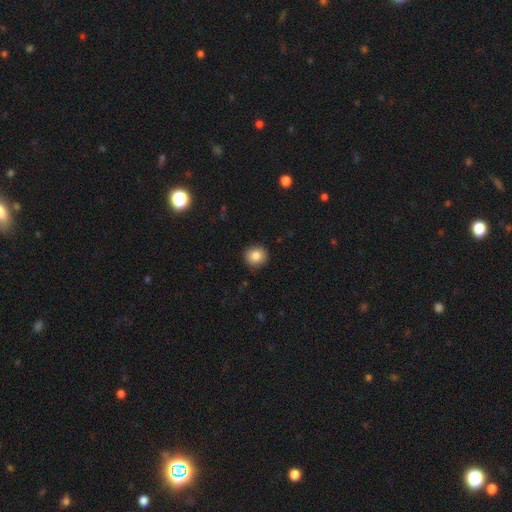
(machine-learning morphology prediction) Overall: smooth (85%). How rounded: round (90%). Merging: none (91%).